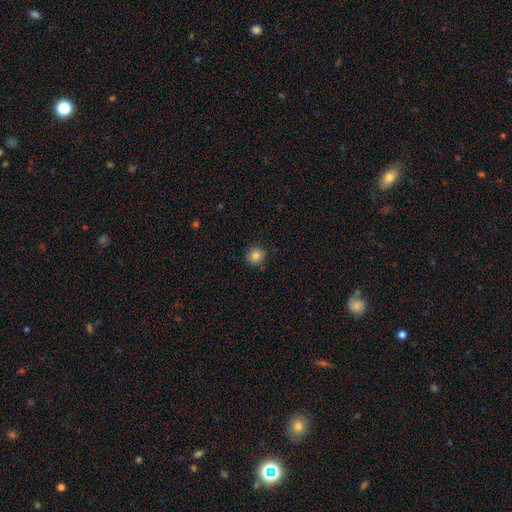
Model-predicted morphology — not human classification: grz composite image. It shows a smooth galaxy with no disk features (84%) that is round (88%). Merging: none (87%).